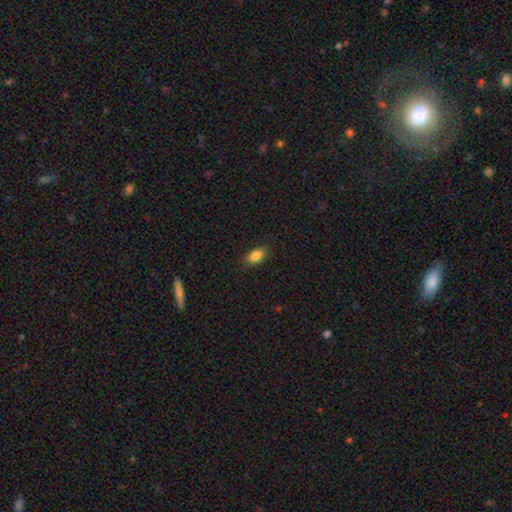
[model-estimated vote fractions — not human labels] The model was most divided on "merging": none: 85%, minor disturbance: 11%, major disturbance: 3%, merger: 1%. More confident: how rounded — in between (87%); smooth or featured — smooth (86%).